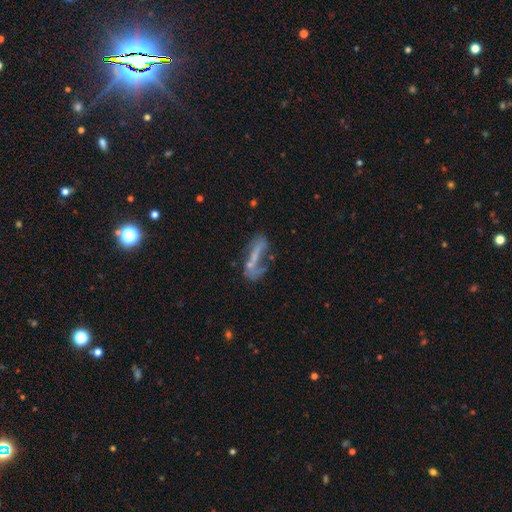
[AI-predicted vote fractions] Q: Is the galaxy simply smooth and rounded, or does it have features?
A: featured or disk — 55%.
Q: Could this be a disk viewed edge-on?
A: no — 79%.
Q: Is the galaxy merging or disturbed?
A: major disturbance — 34%.